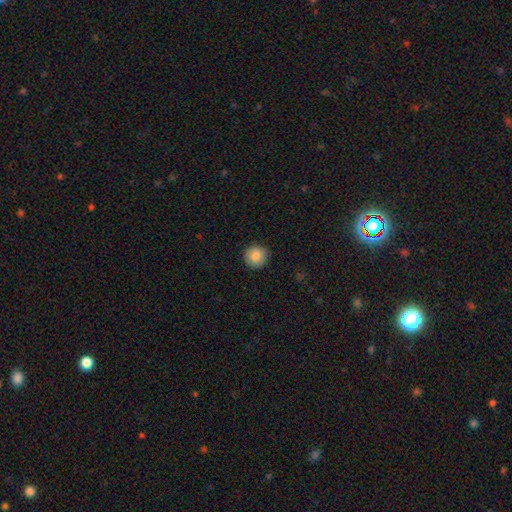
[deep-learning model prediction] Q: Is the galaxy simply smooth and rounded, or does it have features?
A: smooth — 85%.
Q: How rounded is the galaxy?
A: round — 94%.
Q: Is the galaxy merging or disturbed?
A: none — 90%.